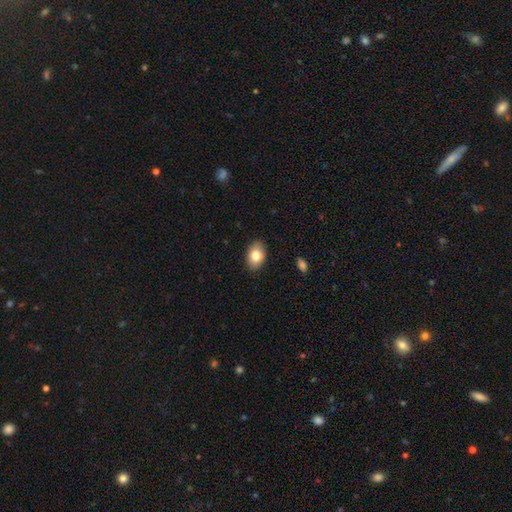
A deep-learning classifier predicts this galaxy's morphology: A smooth galaxy with no disk features (81%) that is in between round and cigar-shaped (86%).

Vote fractions:
- Smooth or featured? smooth: 81% / featured or disk: 12% / star or artifact: 7%
- How rounded? in between: 86% / round: 13% / cigar-shaped: 1%
- Merging? none: 88% / minor disturbance: 9% / major disturbance: 2% / merger: 1%